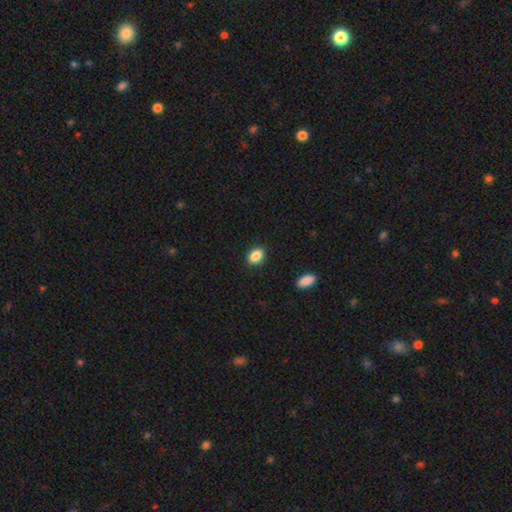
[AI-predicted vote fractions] smooth-or-featured: smooth: 88% | star or artifact: 8% | featured or disk: 4%
  how-rounded: in between: 78% | round: 20% | cigar-shaped: 1%
  merging: none: 88% | minor disturbance: 9% | major disturbance: 2% | merger: 1%